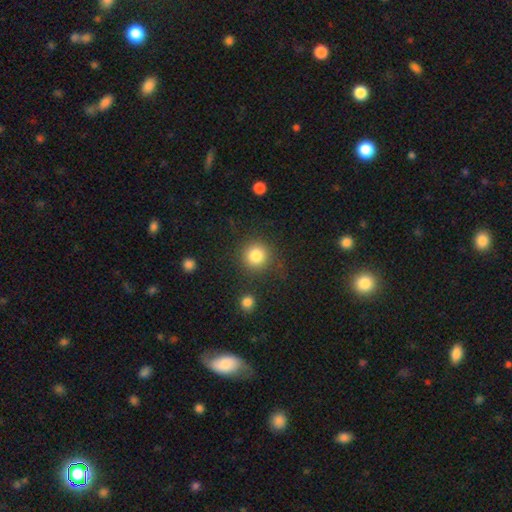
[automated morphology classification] smooth 83%, star or artifact 11%, featured or disk 6%. Down the decision tree: how rounded — round (94%); merging — none (83%).